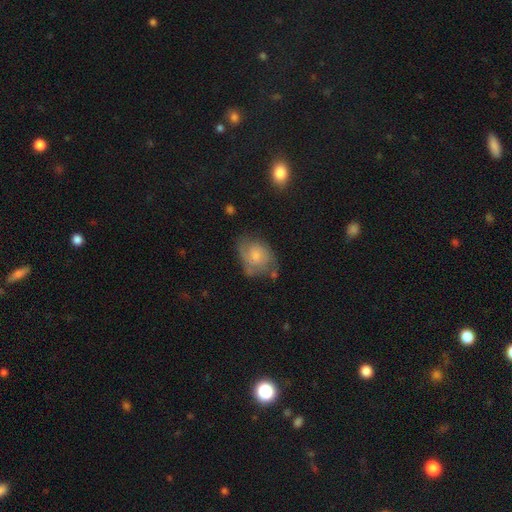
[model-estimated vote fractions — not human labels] Smooth or featured?
  - smooth: 48% *
  - featured or disk: 44%
  - star or artifact: 8%
Merging?
  - none: 45% *
  - minor disturbance: 32%
  - major disturbance: 18%
  - merger: 5%